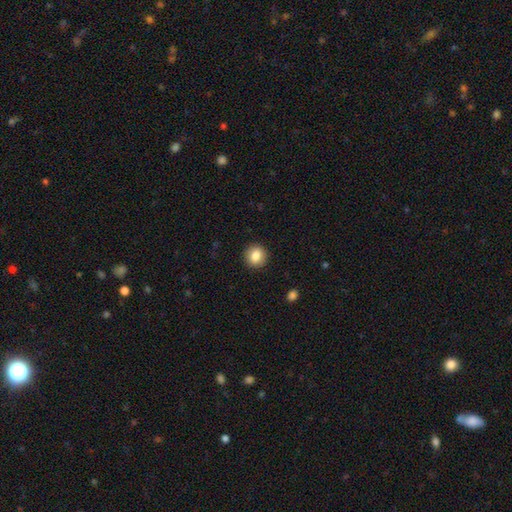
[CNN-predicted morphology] This appears to be a smooth galaxy with no disk features (85%) that is round (89%). Merging: none (92%).